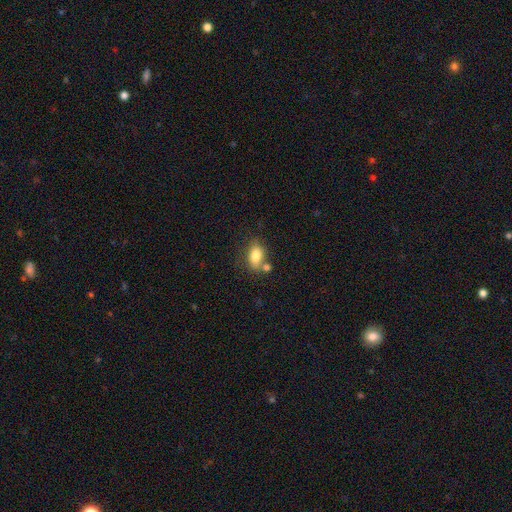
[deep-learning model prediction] Smooth or featured? Predicted: smooth (p=0.81). How rounded? Predicted: in between (p=0.85). Merging? Predicted: none (p=0.59).